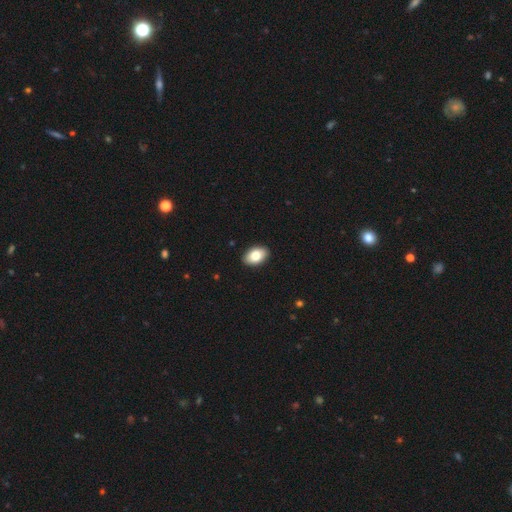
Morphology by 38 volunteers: Smooth or featured: smooth — 82% (star or artifact — 13%)
How rounded: in between — 87% (round — 13%)
Merging: none — 85% (minor disturbance — 9%)